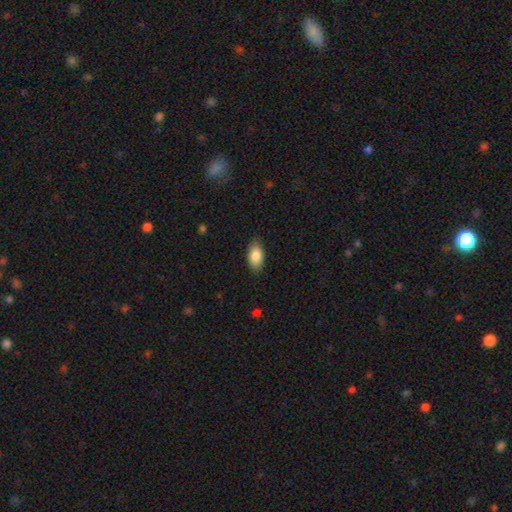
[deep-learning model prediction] This is clearly a smooth galaxy (85%). How rounded: clearly in between (92%). Merging: clearly none (85%).